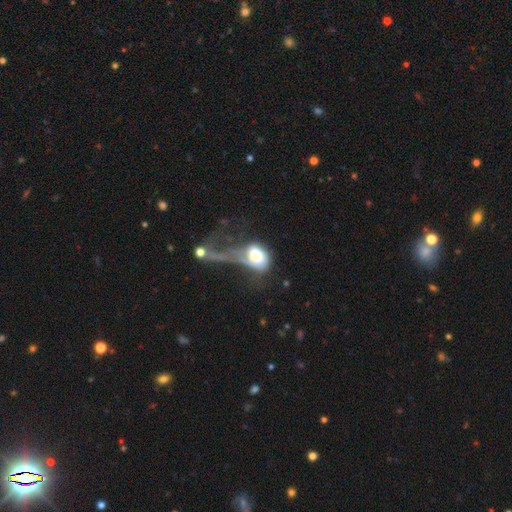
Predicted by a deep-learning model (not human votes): Smooth or featured?
  - smooth: 63% *
  - featured or disk: 29%
  - star or artifact: 8%
How rounded?
  - in between: 74% *
  - round: 24%
  - cigar-shaped: 2%
Merging?
  - major disturbance: 60% *
  - merger: 21%
  - minor disturbance: 10%
  - none: 9%